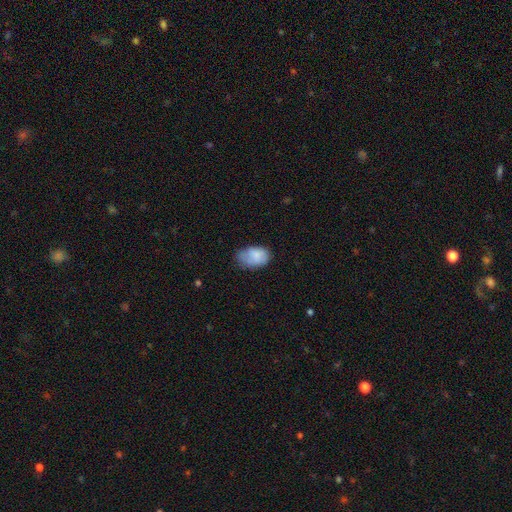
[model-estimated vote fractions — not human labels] A smooth galaxy with no disk features (78%) that is in between round and cigar-shaped (89%). Merging: none (48%).